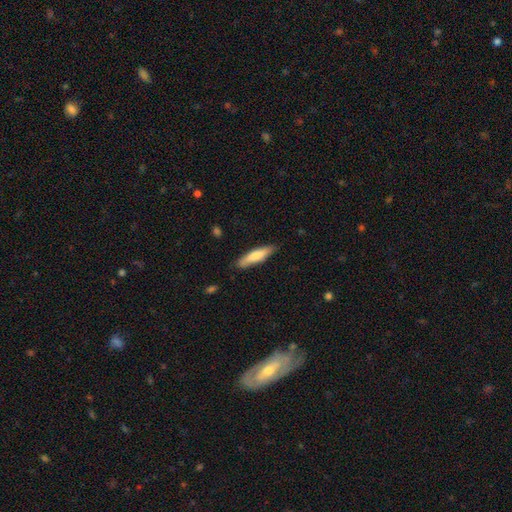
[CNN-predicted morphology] The model was most divided on "how rounded": cigar-shaped: 74%, in between: 24%, round: 1%. More confident: merging — none (83%); smooth or featured — smooth (74%).